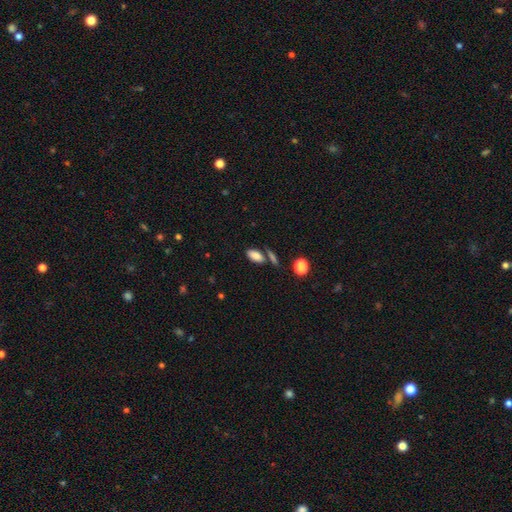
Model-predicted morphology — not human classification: Q: Smooth or featured?
A: smooth (82%); runner-up: star or artifact (10%)
Q: How rounded?
A: in between (87%); runner-up: cigar-shaped (9%)
Q: Merging?
A: none (64%); runner-up: merger (18%)